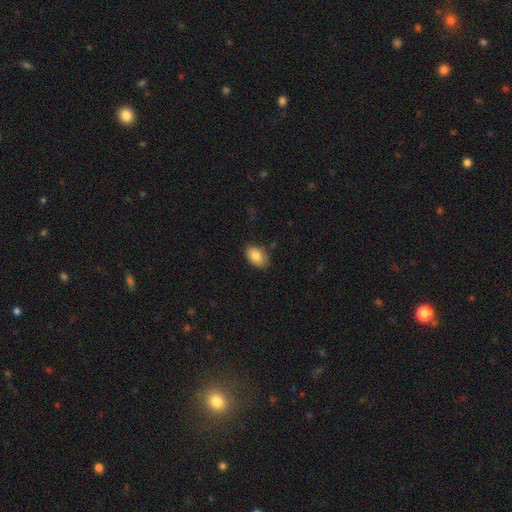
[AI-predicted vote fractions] Smooth or featured? smooth (84%)
How rounded? in between (89%)
Merging? none (81%)